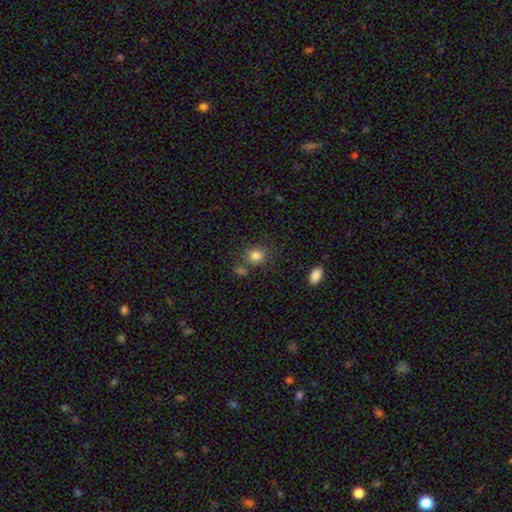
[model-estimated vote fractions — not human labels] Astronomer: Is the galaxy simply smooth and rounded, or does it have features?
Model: smooth — 83%.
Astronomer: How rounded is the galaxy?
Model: round — 76%.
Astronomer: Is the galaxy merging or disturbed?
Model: none — 71%.